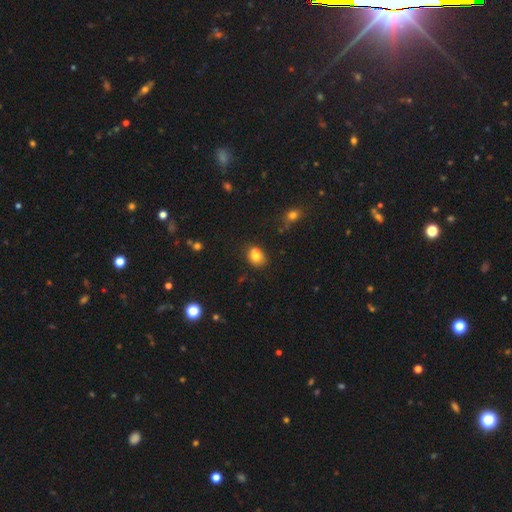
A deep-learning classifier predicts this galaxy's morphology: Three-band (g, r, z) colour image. It shows a smooth galaxy with no disk features (76%) that is round (50%). Merging: none (57%).